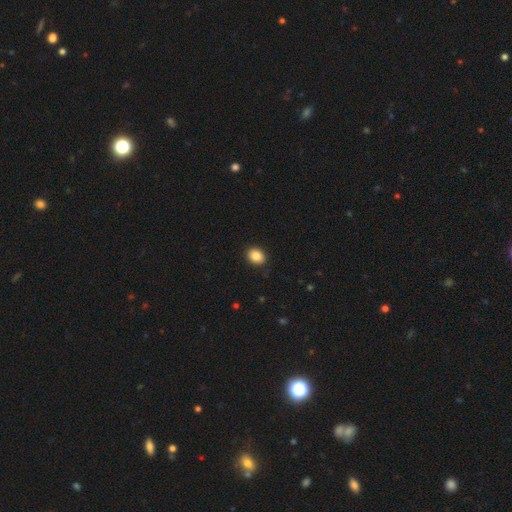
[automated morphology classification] The model was most divided on "how rounded": round: 53%, in between: 46%, cigar-shaped: 1%. More confident: merging — none (90%); smooth or featured — smooth (86%).